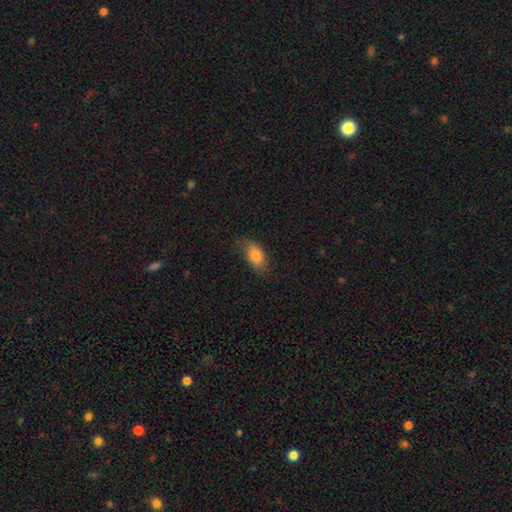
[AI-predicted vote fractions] Smooth or featured? smooth (80%)
How rounded? in between (90%)
Merging? none (67%)